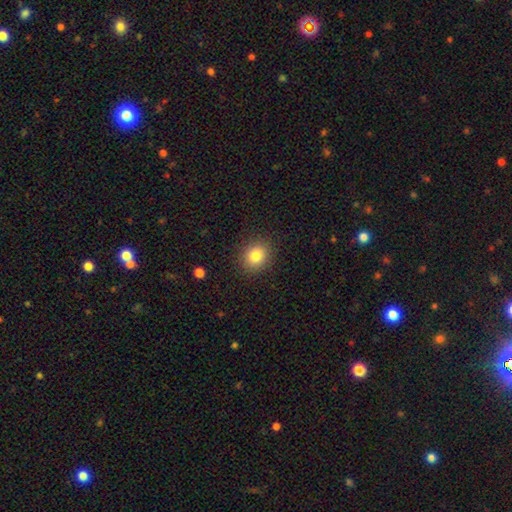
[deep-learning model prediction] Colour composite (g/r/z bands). It shows a smooth galaxy with no disk features (83%) that is round (69%). Merging: none (88%).